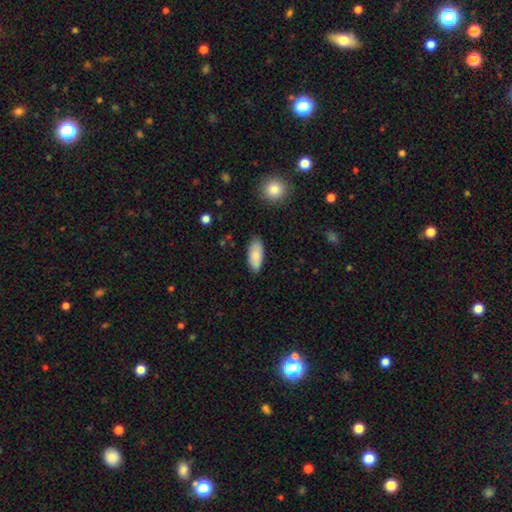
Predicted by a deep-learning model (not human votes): smooth 87%, featured or disk 7%, star or artifact 6%. Down the decision tree: how rounded — in between (84%); merging — none (86%).